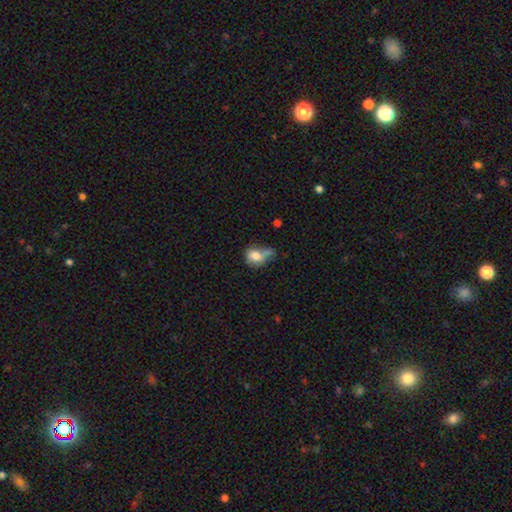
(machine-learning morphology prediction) Smooth or featured?
  - smooth: 75% *
  - featured or disk: 15%
  - star or artifact: 10%
How rounded?
  - in between: 50% *
  - round: 48%
  - cigar-shaped: 2%
Merging?
  - none: 29% *
  - minor disturbance: 28%
  - merger: 25%
  - major disturbance: 18%